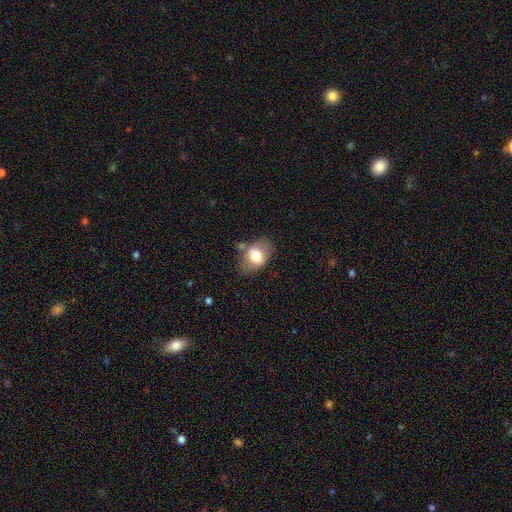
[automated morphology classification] Smooth or featured? Predicted: smooth (p=0.70). How rounded? Predicted: in between (p=0.82). Merging? Predicted: none (p=0.66).